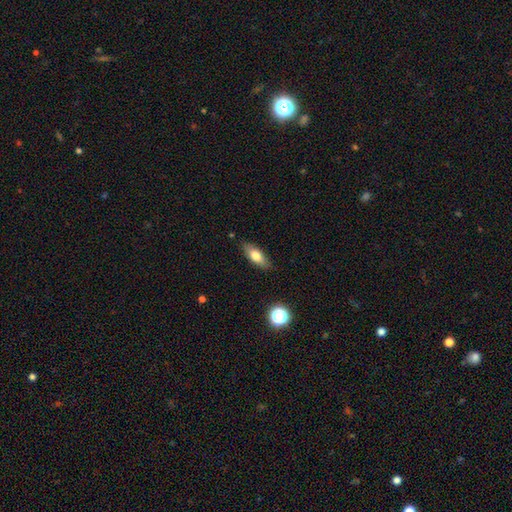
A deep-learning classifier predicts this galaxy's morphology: A smooth galaxy with no disk features (71%) that is in between round and cigar-shaped (74%). Merging: none (84%).